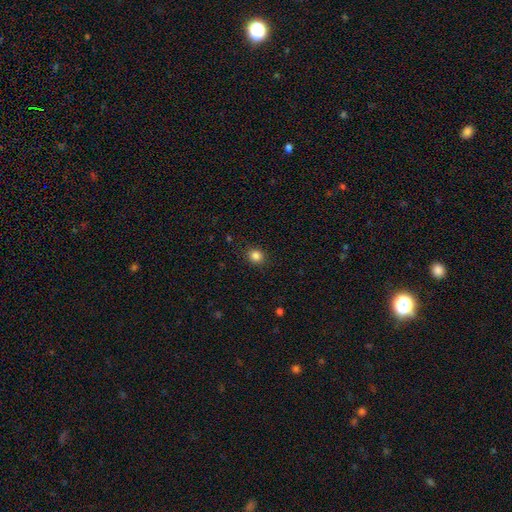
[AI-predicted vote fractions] Q: Smooth or featured?
A: smooth (84%); runner-up: star or artifact (12%)
Q: How rounded?
A: round (81%); runner-up: in between (19%)
Q: Merging?
A: none (89%); runner-up: minor disturbance (8%)